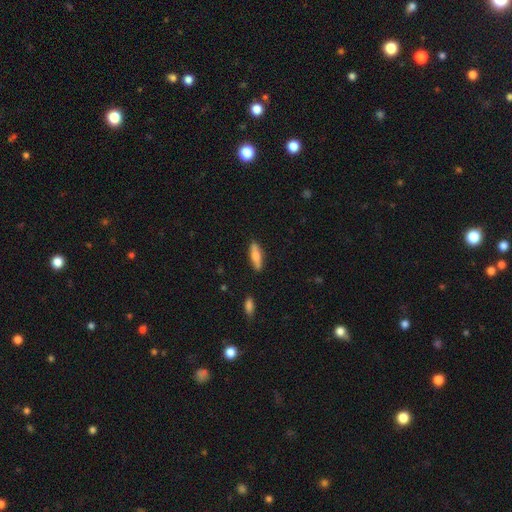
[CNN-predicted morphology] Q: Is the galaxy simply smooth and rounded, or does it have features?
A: smooth — 68%.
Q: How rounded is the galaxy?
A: cigar-shaped — 60%.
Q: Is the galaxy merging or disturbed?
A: none — 86%.